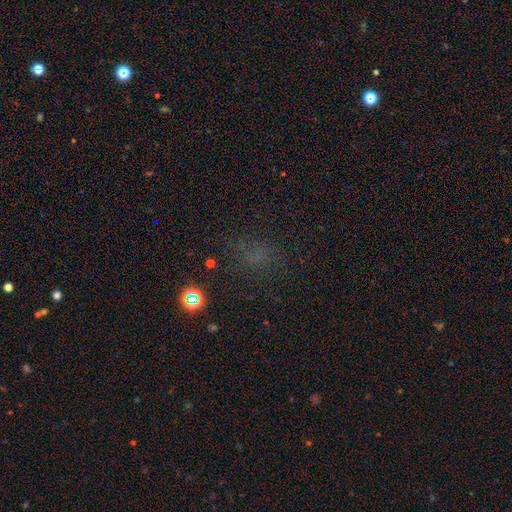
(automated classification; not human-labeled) Smooth or featured? Predicted: smooth (p=0.50). How rounded? Predicted: in between (p=0.50). Merging? Predicted: none (p=0.68).